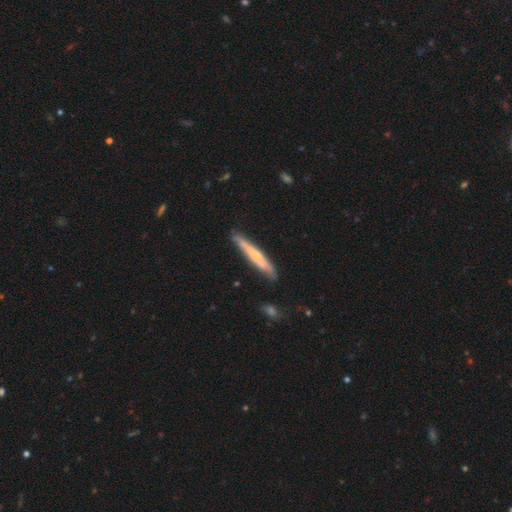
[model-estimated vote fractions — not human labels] Morphology: type=smooth (52%); roundness=cigar-shaped (95%); merging=none (81%).